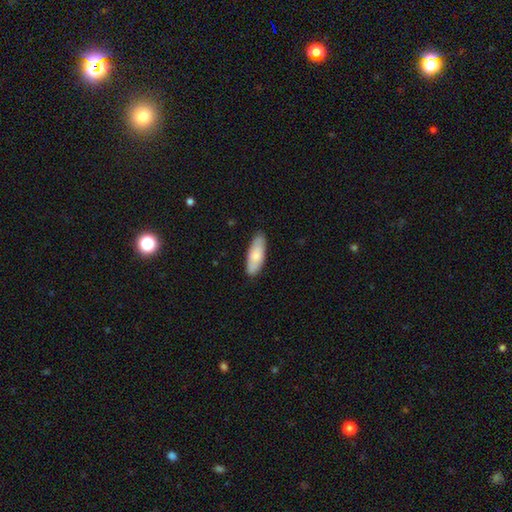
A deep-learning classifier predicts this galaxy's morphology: Smooth or featured?
  - smooth: 75% *
  - featured or disk: 19%
  - star or artifact: 5%
How rounded?
  - in between: 68% *
  - cigar-shaped: 30%
  - round: 2%
Merging?
  - none: 83% *
  - minor disturbance: 14%
  - major disturbance: 2%
  - merger: 1%